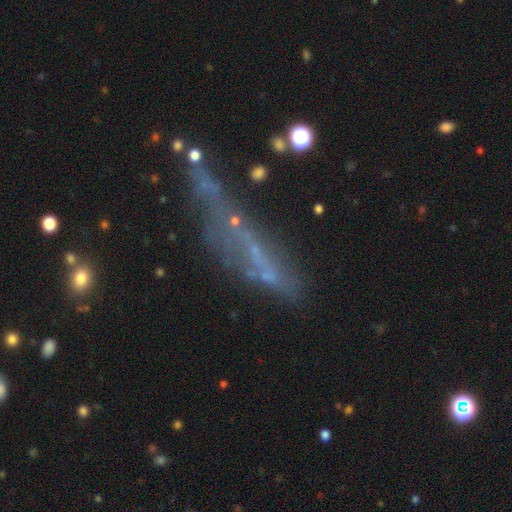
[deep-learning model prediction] Morphology: type=featured or disk (48%); merging=none (38%).